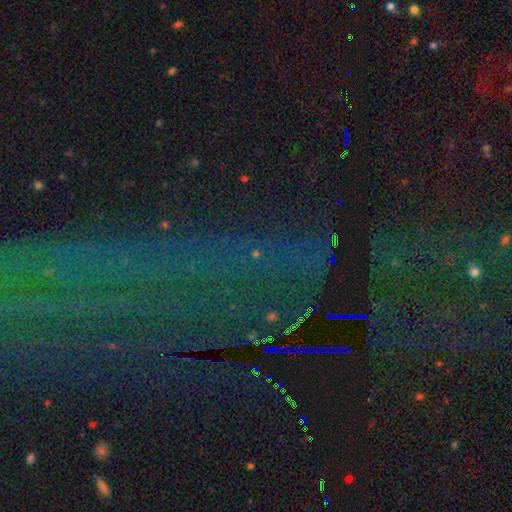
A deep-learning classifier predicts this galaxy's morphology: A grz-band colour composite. It shows a star or artifact, not a galaxy (84%).